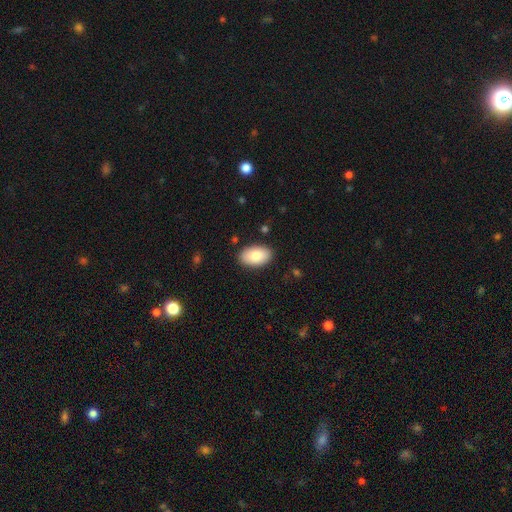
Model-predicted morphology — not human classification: Q: Smooth or featured?
A: smooth (82%); runner-up: featured or disk (12%)
Q: How rounded?
A: in between (94%); runner-up: round (5%)
Q: Merging?
A: none (88%); runner-up: minor disturbance (9%)